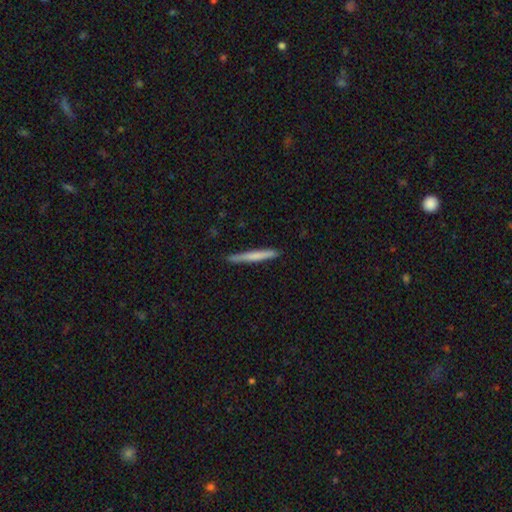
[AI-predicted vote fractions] Morphology: type=smooth (65%); roundness=cigar-shaped (97%); merging=none (87%).